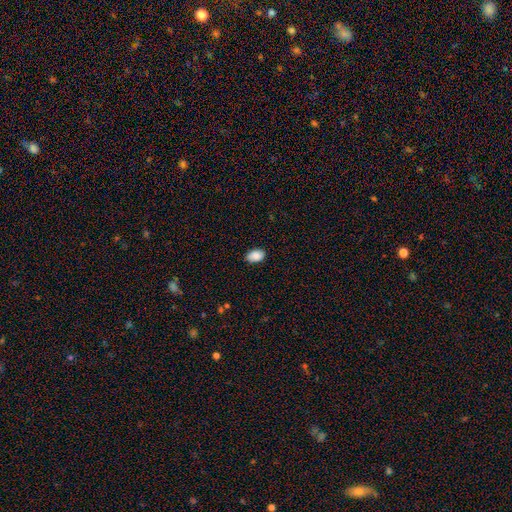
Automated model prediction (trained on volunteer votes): smooth 88%, star or artifact 7%, featured or disk 5%. Down the decision tree: how rounded — in between (90%); merging — none (85%).